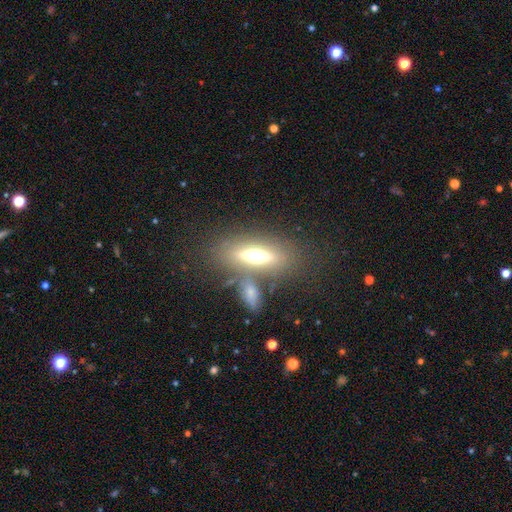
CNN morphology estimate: featured or disk 46%, smooth 43%, star or artifact 11%. Down the decision tree: merging — none (65%).